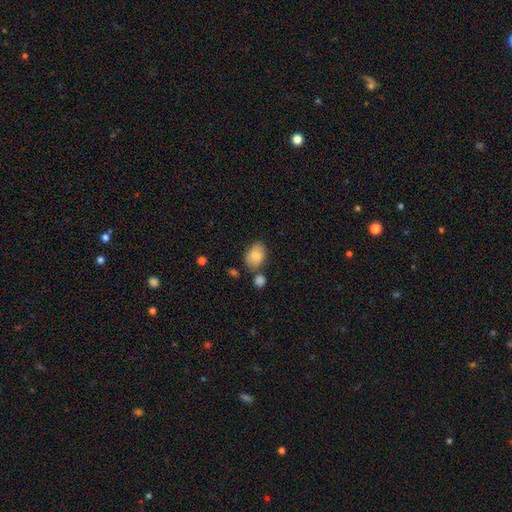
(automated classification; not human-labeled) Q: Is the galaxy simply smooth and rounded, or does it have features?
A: smooth — 83%.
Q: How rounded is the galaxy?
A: in between — 82%.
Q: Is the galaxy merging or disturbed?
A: none — 62%.